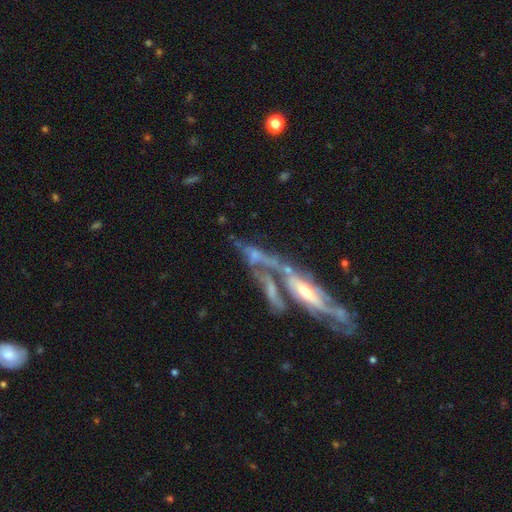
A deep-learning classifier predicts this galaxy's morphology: Overall: featured or disk (72%). Edge-on disk: no (62%; yes 38%). Merging: merger (48%; none 25%).